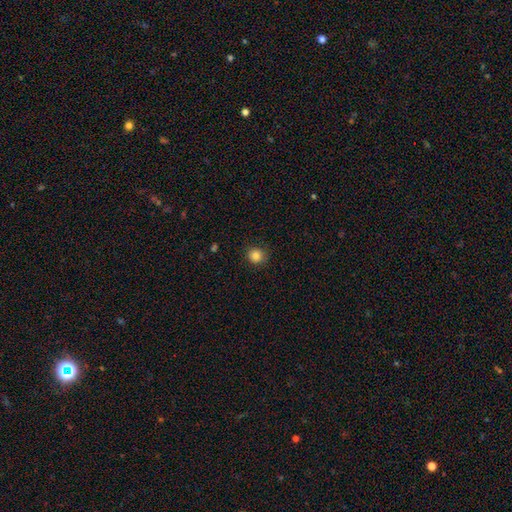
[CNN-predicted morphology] smooth-or-featured: smooth: 85% | star or artifact: 11% | featured or disk: 4%
  how-rounded: round: 90% | in between: 9% | cigar-shaped: 1%
  merging: none: 89% | minor disturbance: 8% | major disturbance: 2% | merger: 1%